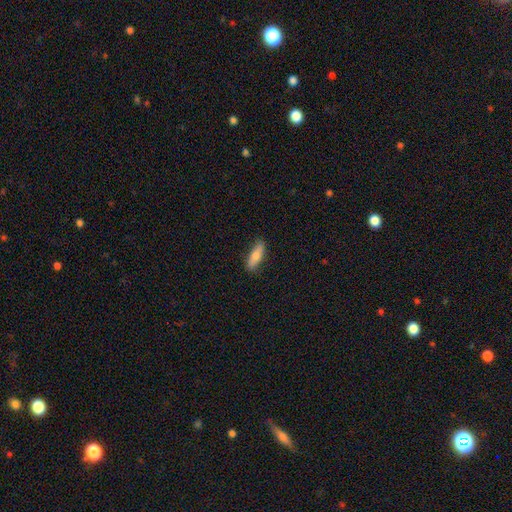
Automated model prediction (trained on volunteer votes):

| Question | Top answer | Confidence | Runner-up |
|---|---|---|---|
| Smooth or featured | smooth | 76% | featured or disk (18%) |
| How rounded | cigar-shaped | 53% | in between (45%) |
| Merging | none | 87% | minor disturbance (10%) |